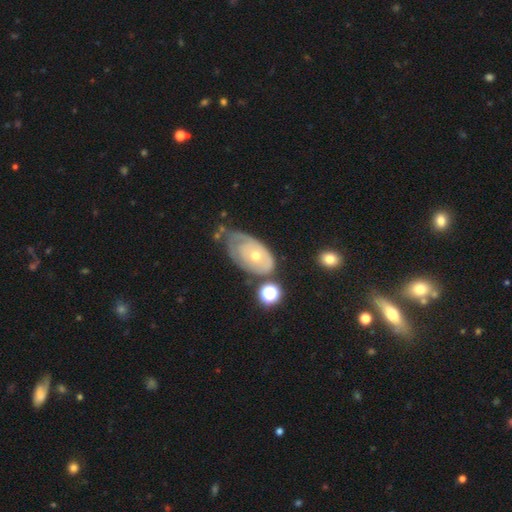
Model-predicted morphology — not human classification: Overall: featured or disk (66%; smooth 26%). Edge-on disk: no (93%). Bar: no (87%). Spiral arms: yes (61%; no 39%). Bulge size: small (50%; moderate 46%). Merging: none (35%; minor disturbance 33%).